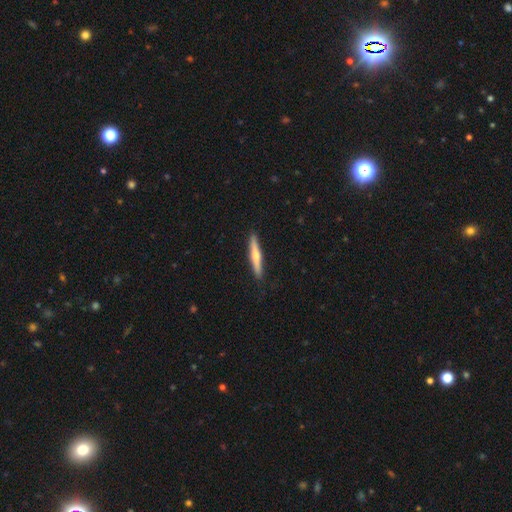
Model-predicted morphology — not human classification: A smooth galaxy with no disk features (49%). Merging: none (90%).